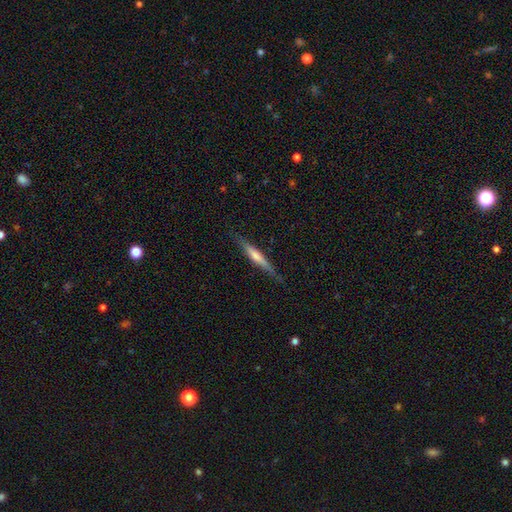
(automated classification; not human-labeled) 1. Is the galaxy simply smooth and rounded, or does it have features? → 65% featured or disk, 29% smooth, 6% star or artifact.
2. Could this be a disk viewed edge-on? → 97% yes, 3% no.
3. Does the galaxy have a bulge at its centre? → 53% rounded, 29% none, 18% boxy.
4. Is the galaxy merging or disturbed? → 85% none, 12% minor disturbance, 2% major disturbance, 1% merger.